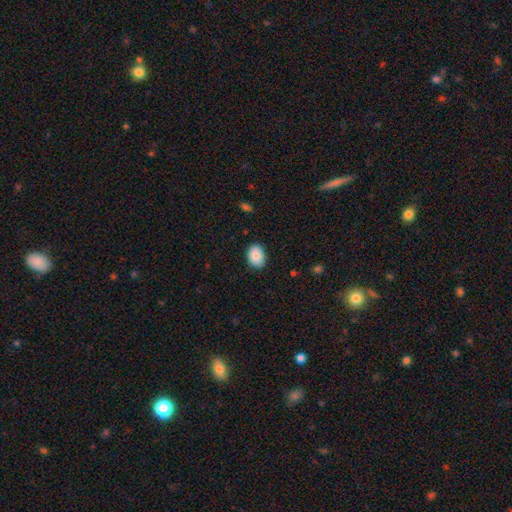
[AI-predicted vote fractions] The model was most divided on "how rounded": in between: 73%, round: 26%, cigar-shaped: 1%. More confident: smooth or featured — smooth (87%); merging — none (87%).